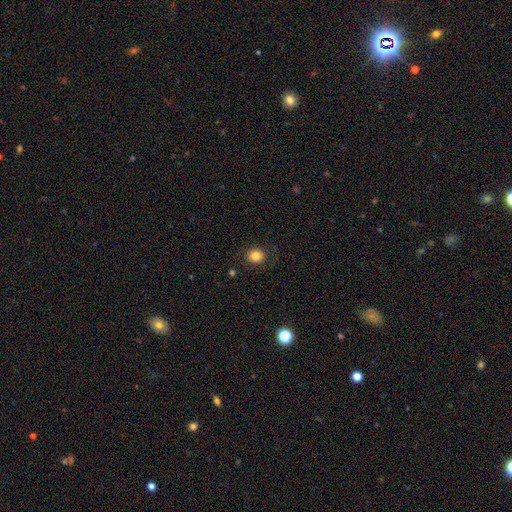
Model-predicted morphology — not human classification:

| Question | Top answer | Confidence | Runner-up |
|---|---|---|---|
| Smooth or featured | smooth | 83% | star or artifact (11%) |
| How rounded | round | 79% | in between (20%) |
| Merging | none | 86% | minor disturbance (9%) |